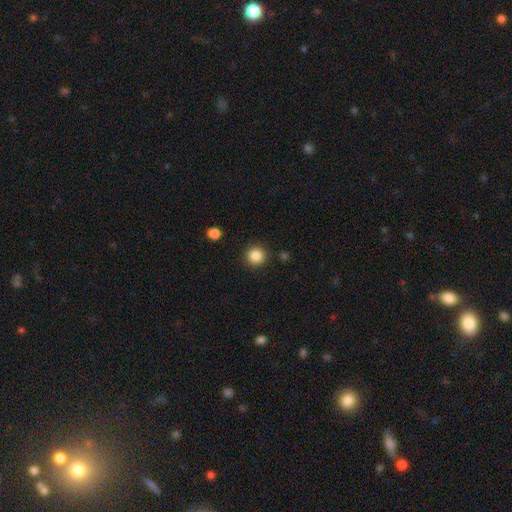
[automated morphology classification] This is clearly a smooth galaxy (86%). How rounded: clearly round (95%). Merging: clearly none (90%).